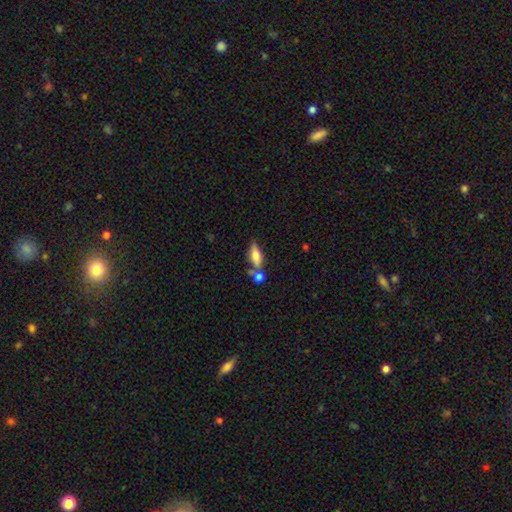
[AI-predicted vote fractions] This is likely a smooth galaxy (67%). How rounded: likely in between (70%). Merging: possibly none (49%).